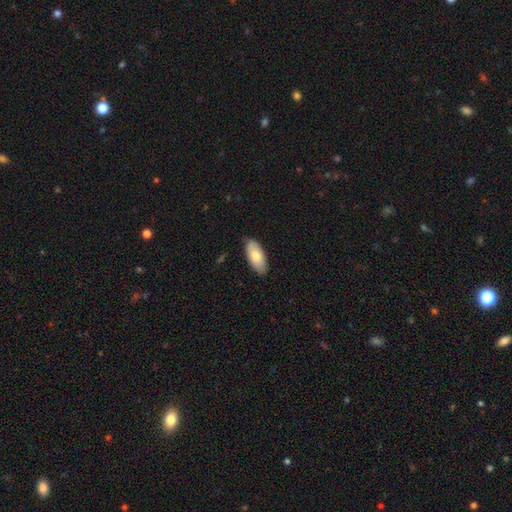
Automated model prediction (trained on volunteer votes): Smooth or featured? smooth (79%)
How rounded? in between (90%)
Merging? none (86%)